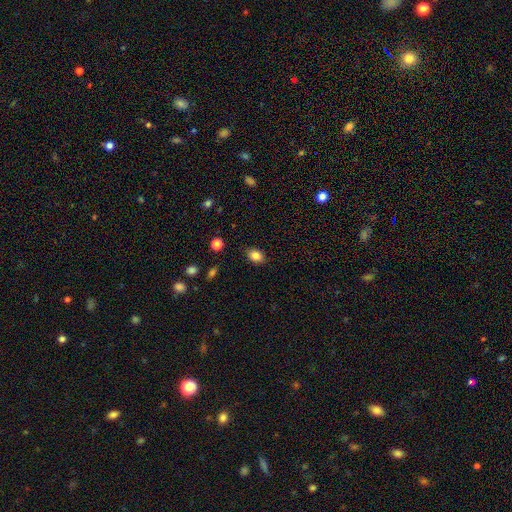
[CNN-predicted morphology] A smooth galaxy with no disk features (83%) that is in between round and cigar-shaped (72%).

Vote fractions:
- Smooth or featured? smooth: 83% / star or artifact: 10% / featured or disk: 7%
- How rounded? in between: 72% / round: 27% / cigar-shaped: 1%
- Merging? none: 87% / minor disturbance: 9% / major disturbance: 2% / merger: 1%